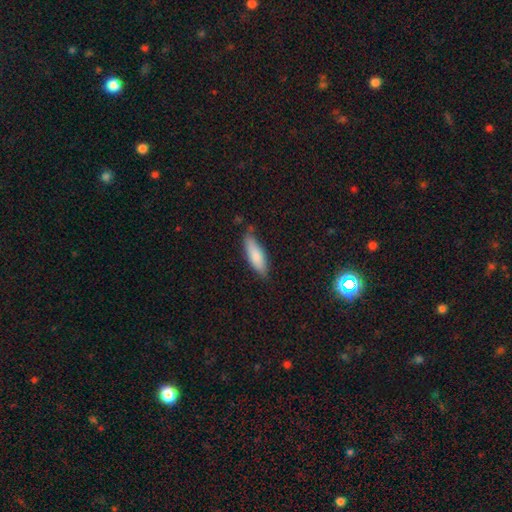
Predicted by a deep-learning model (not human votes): Smooth or featured?
  - smooth: 82% *
  - featured or disk: 12%
  - star or artifact: 6%
How rounded?
  - in between: 50% *
  - cigar-shaped: 49%
  - round: 2%
Merging?
  - none: 74% *
  - minor disturbance: 20%
  - major disturbance: 3%
  - merger: 2%